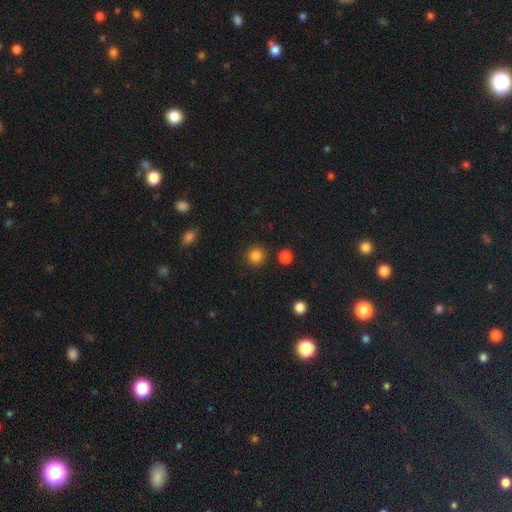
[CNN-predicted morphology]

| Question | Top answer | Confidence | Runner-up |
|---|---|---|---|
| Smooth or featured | smooth | 85% | star or artifact (12%) |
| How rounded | round | 94% | in between (5%) |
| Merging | none | 89% | minor disturbance (6%) |